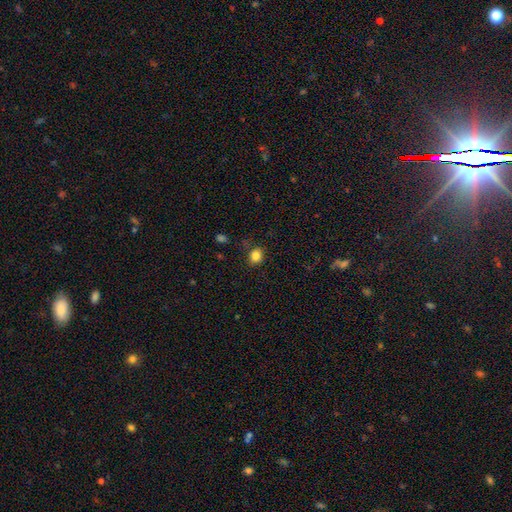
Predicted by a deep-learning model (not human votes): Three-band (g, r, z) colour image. It shows a smooth galaxy with no disk features (83%) that is round (71%). Merging: none (82%).